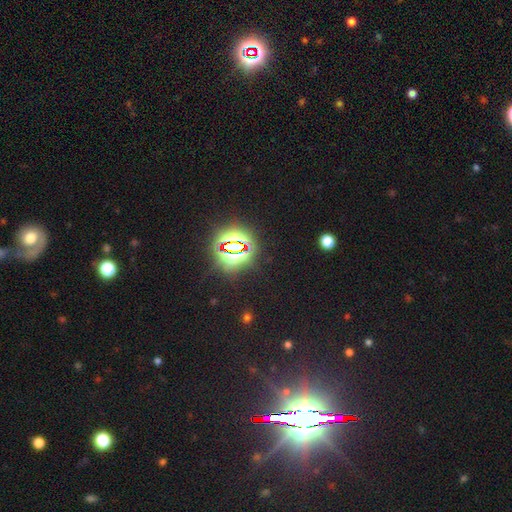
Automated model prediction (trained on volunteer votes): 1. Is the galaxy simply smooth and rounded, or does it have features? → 81% star or artifact, 12% smooth, 7% featured or disk.